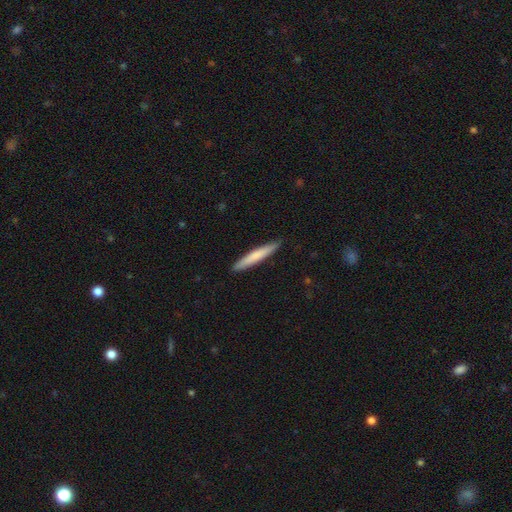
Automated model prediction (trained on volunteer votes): smooth 72%, featured or disk 23%, star or artifact 5%. Down the decision tree: how rounded — cigar-shaped (95%); merging — none (90%).